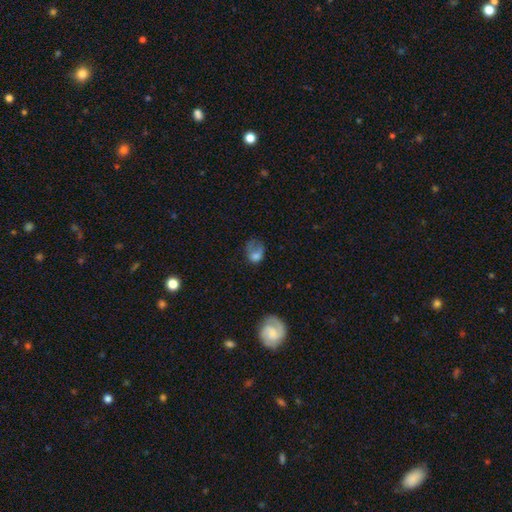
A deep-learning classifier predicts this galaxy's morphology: Smooth or featured?
  - smooth: 63% *
  - featured or disk: 25%
  - star or artifact: 12%
How rounded?
  - in between: 62% *
  - round: 37%
  - cigar-shaped: 1%
Merging?
  - major disturbance: 47% *
  - minor disturbance: 24%
  - none: 23%
  - merger: 6%